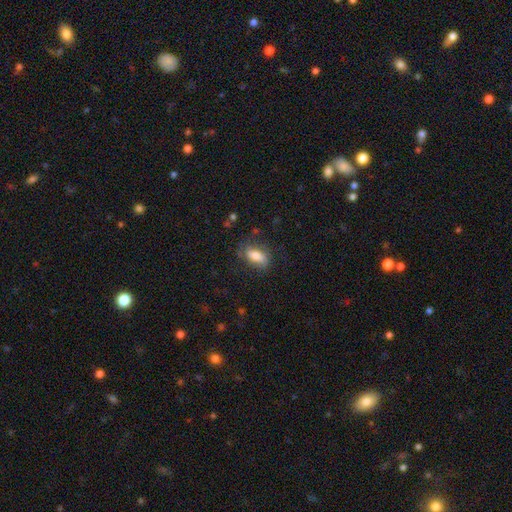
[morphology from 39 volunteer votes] Smooth or featured? 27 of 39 (69%) said smooth. How rounded? 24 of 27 (89%) said in between. Merging? 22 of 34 (65%) said none.